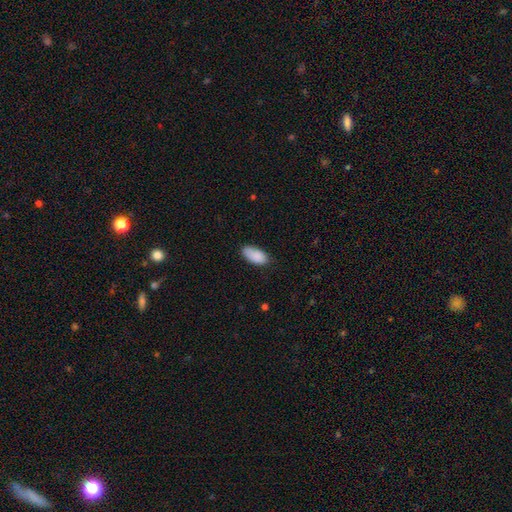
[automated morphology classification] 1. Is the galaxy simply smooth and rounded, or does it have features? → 88% smooth, 7% star or artifact, 5% featured or disk.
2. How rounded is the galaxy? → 93% in between, 5% cigar-shaped, 2% round.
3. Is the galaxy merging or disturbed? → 73% none, 22% minor disturbance, 4% major disturbance, 2% merger.